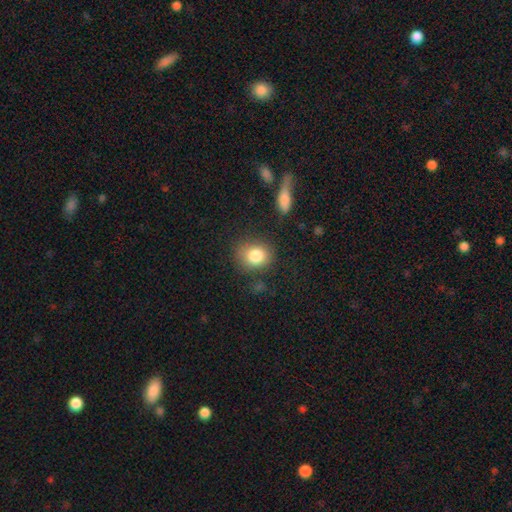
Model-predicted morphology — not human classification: Q: Smooth or featured?
A: smooth (83%); runner-up: star or artifact (9%)
Q: How rounded?
A: round (67%); runner-up: in between (32%)
Q: Merging?
A: none (77%); runner-up: minor disturbance (15%)